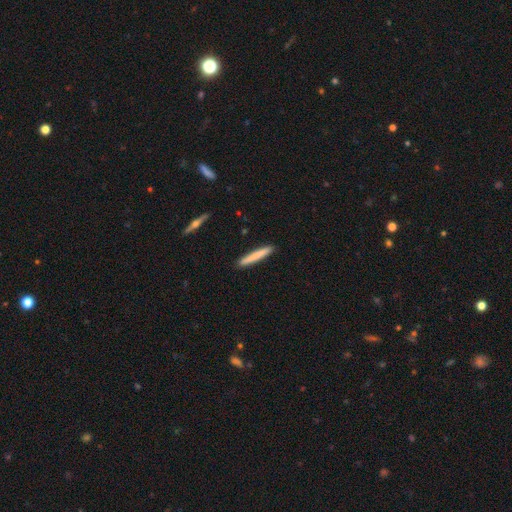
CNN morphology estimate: A smooth galaxy with no disk features (76%) that is cigar-shaped (96%). Merging: none (91%).